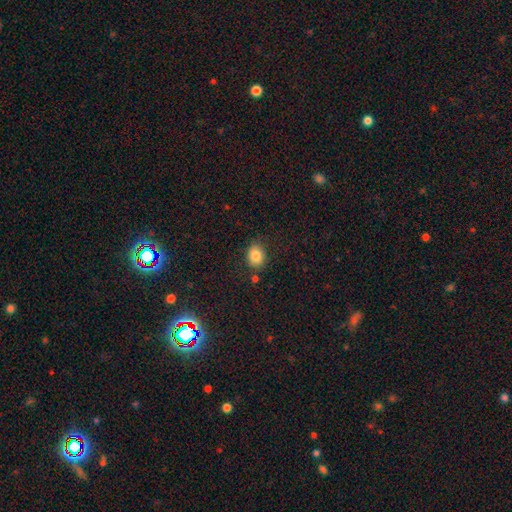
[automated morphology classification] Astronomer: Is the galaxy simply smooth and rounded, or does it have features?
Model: smooth — 83%.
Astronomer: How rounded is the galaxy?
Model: in between — 52% (runner-up: round, 47%).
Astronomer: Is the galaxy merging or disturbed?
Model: none — 79%.